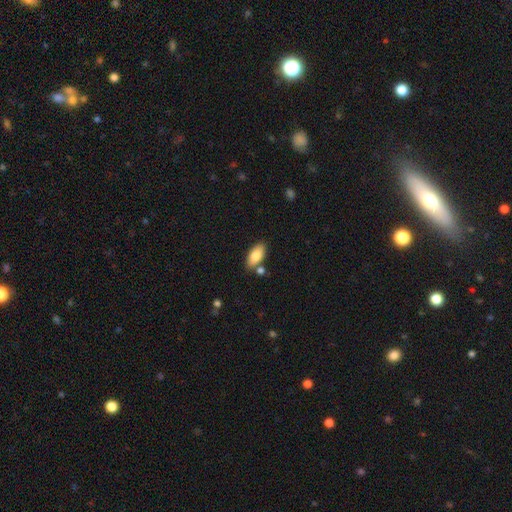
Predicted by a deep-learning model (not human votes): Overall: smooth (83%). How rounded: in between (91%). Merging: none (77%).